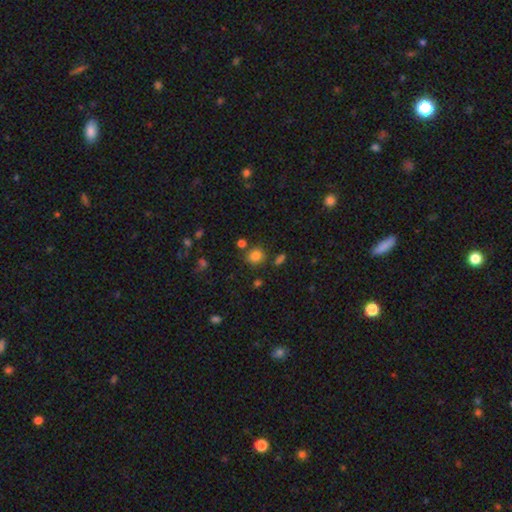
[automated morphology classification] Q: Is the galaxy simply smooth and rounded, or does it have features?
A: smooth — 80%.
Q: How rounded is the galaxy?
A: round — 70%.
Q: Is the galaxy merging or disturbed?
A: none — 77%.